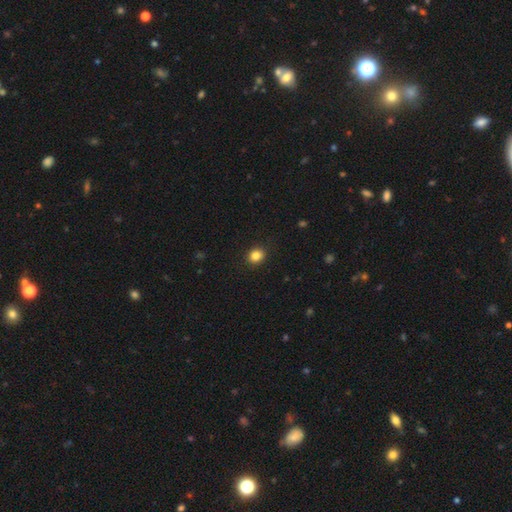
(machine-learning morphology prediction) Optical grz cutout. It shows a smooth galaxy with no disk features (84%) that is round (70%). Merging: none (90%).